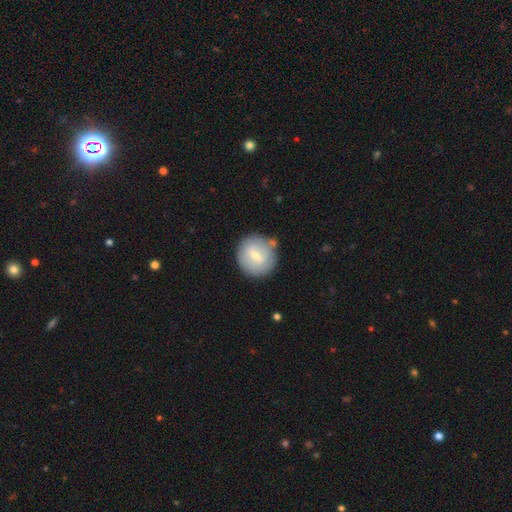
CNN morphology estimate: A smooth galaxy with no disk features (65%) that is round (92%). Merging: none (76%).